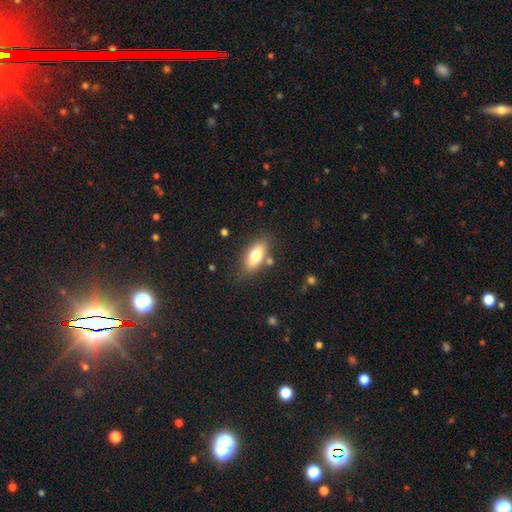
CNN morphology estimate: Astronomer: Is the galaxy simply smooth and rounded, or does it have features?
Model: smooth — 74%.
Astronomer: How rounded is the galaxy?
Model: in between — 82%.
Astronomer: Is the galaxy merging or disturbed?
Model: none — 77%.